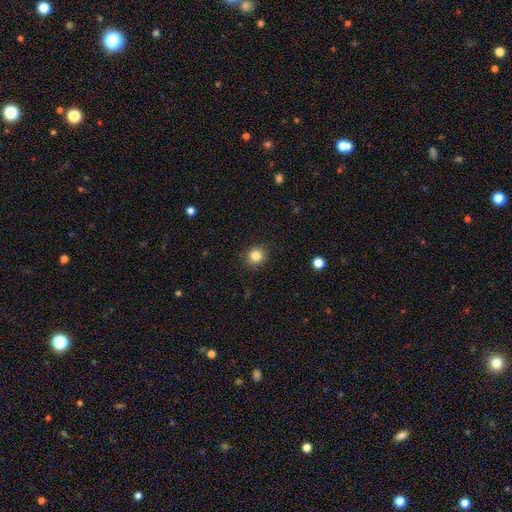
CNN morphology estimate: Smooth or featured? smooth (84%)
How rounded? round (87%)
Merging? none (90%)